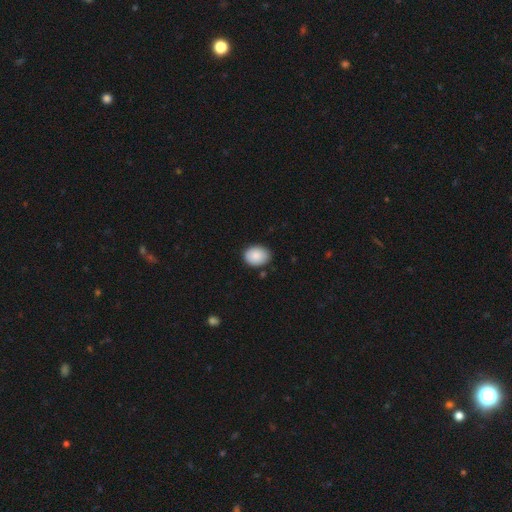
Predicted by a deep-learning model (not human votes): Q: Smooth or featured?
A: smooth (88%); runner-up: star or artifact (7%)
Q: How rounded?
A: in between (62%); runner-up: round (38%)
Q: Merging?
A: none (84%); runner-up: minor disturbance (12%)